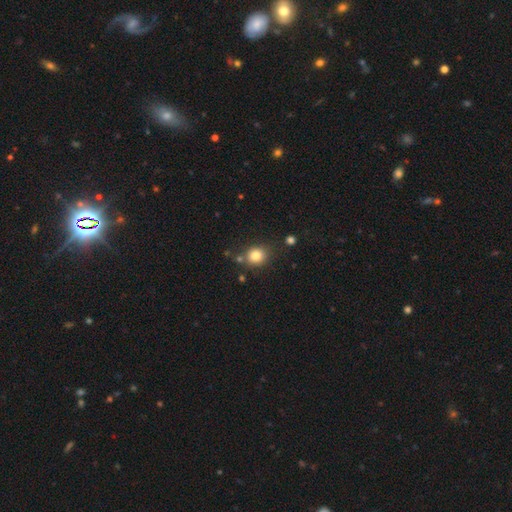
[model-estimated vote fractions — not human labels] Morphology: type=smooth (81%); roundness=round (78%); merging=none (75%).